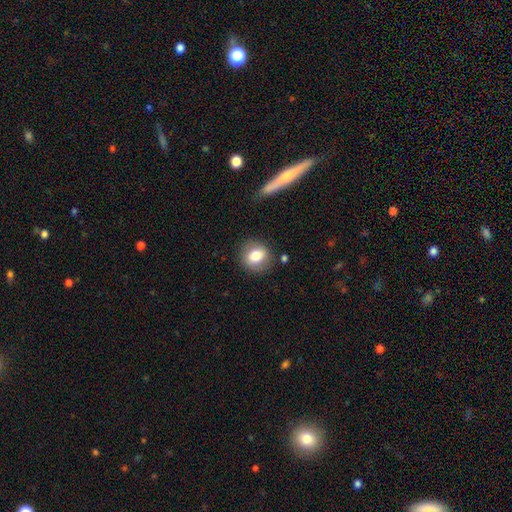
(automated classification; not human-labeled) The model was most divided on "how rounded": round: 75%, in between: 24%, cigar-shaped: 1%. More confident: merging — none (84%); smooth or featured — smooth (77%).